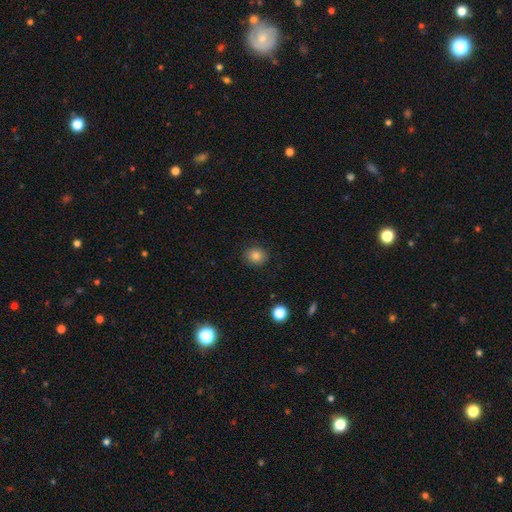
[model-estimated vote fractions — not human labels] This appears to be a smooth galaxy with no disk features (84%) that is round (75%). Merging: none (89%).